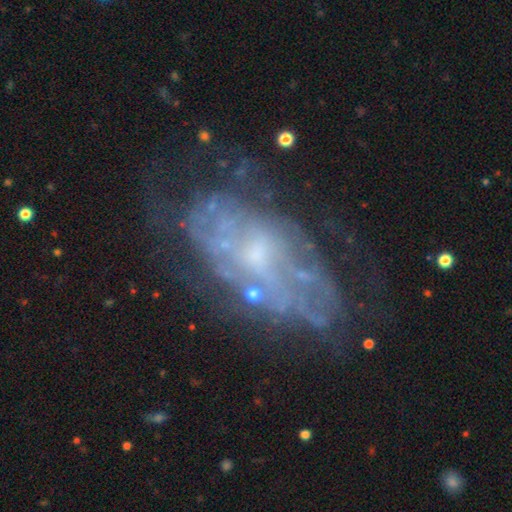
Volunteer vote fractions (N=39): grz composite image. It shows a featured or disk galaxy (64%) with no bar (92%), no spiral arms (75%) and a small central bulge (62%). Merging: none (61%).